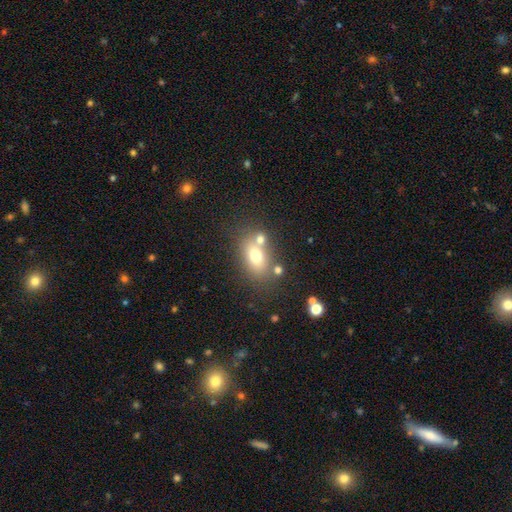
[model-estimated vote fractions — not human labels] Smooth or featured: smooth — 68% (featured or disk — 19%)
How rounded: in between — 75% (round — 22%)
Merging: none — 56% (merger — 26%)